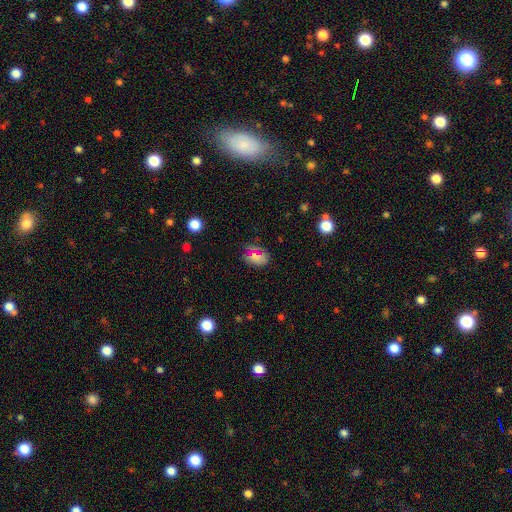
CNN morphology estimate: The model was most divided on "how rounded": in between: 70%, round: 28%, cigar-shaped: 2%. More confident: merging — none (70%); smooth or featured — smooth (65%).